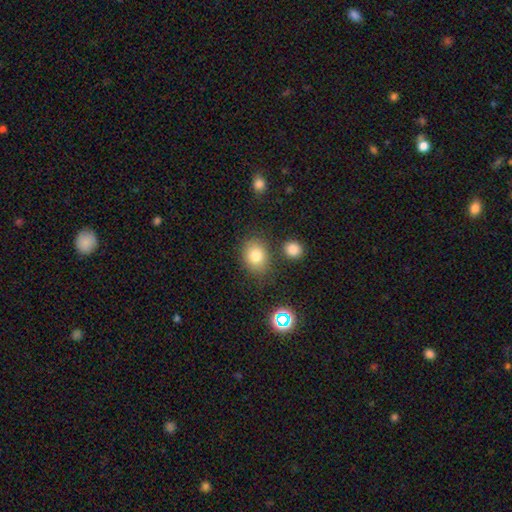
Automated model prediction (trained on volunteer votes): smooth_or_featured: smooth (p=0.80) [alt: star or artifact p=0.11]
how_rounded: in between (p=0.55) [alt: round p=0.44]
merging: none (p=0.76) [alt: minor disturbance p=0.13]